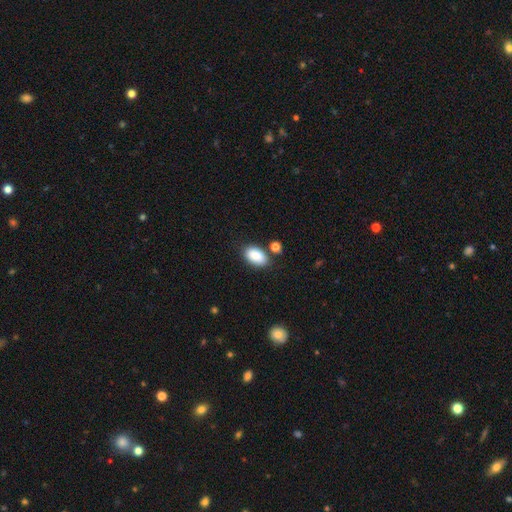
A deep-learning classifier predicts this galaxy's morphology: smooth 88%, star or artifact 7%, featured or disk 5%. Down the decision tree: how rounded — in between (92%); merging — none (76%).